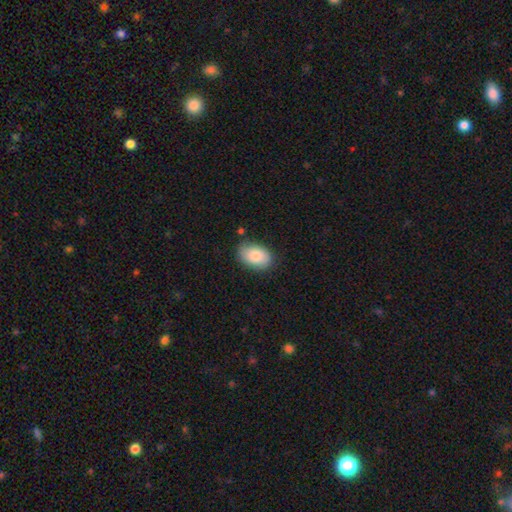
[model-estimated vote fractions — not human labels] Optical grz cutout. It shows a smooth galaxy with no disk features (83%) that is in between round and cigar-shaped (88%). Merging: none (78%).